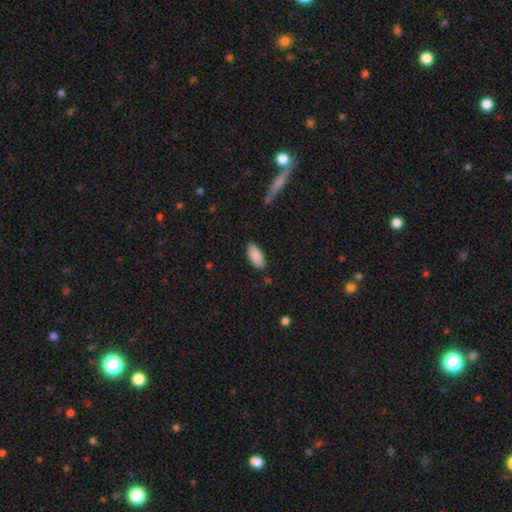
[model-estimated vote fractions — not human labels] Smooth or featured?
  - smooth: 90% *
  - star or artifact: 6%
  - featured or disk: 4%
How rounded?
  - in between: 88% *
  - cigar-shaped: 10%
  - round: 2%
Merging?
  - none: 85% *
  - minor disturbance: 11%
  - major disturbance: 2%
  - merger: 2%